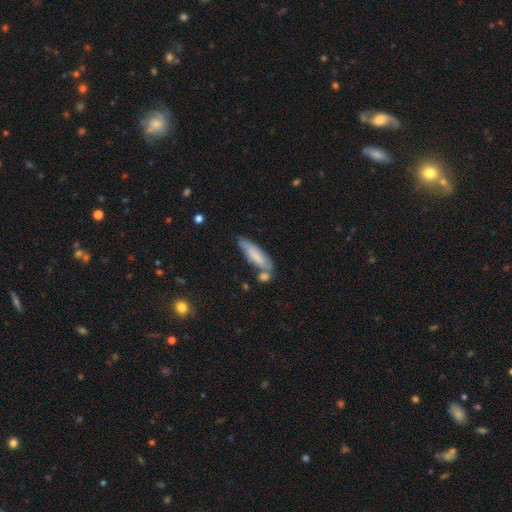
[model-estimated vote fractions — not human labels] Overall: smooth (69%). How rounded: cigar-shaped (64%; in between 35%). Merging: none (52%; minor disturbance 24%).